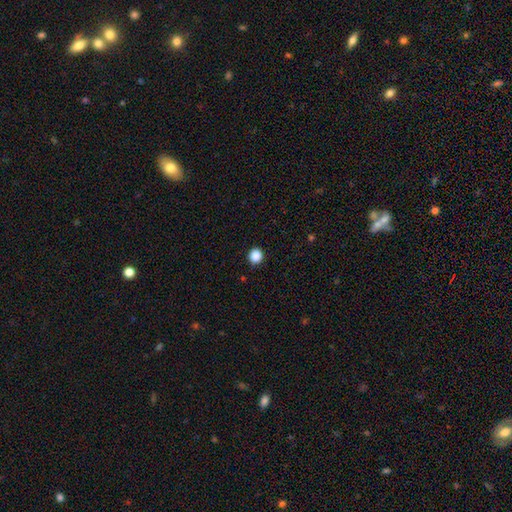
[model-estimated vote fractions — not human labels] A smooth galaxy with no disk features (88%) that is round (91%).

Vote fractions:
- Smooth or featured? smooth: 88% / star or artifact: 10% / featured or disk: 2%
- How rounded? round: 91% / in between: 8% / cigar-shaped: 1%
- Merging? none: 93% / minor disturbance: 5% / major disturbance: 2% / merger: 1%